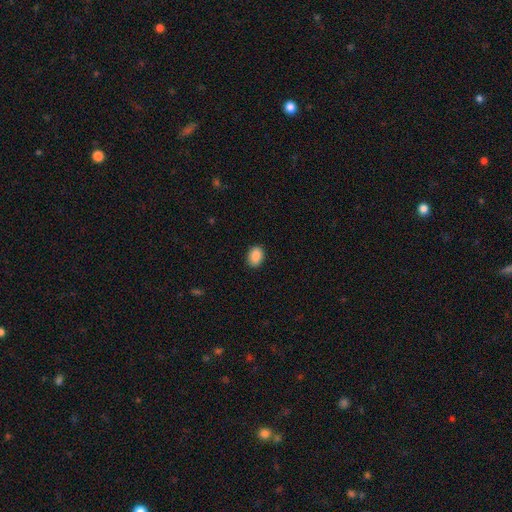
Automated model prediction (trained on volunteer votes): Smooth or featured? smooth (89%)
How rounded? in between (77%)
Merging? none (88%)